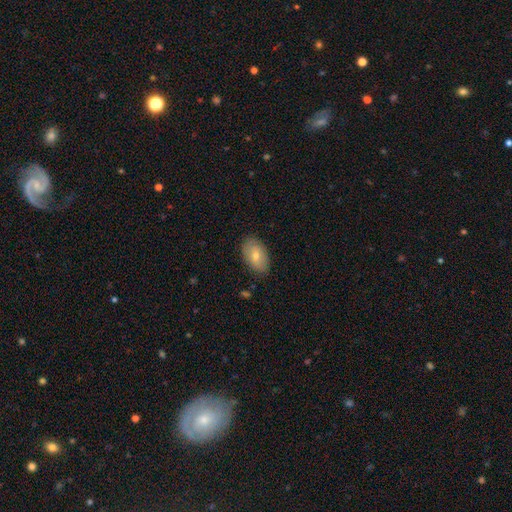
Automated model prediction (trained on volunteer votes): Q: Smooth or featured?
A: smooth (73%); runner-up: featured or disk (21%)
Q: How rounded?
A: in between (93%); runner-up: round (5%)
Q: Merging?
A: none (84%); runner-up: minor disturbance (12%)